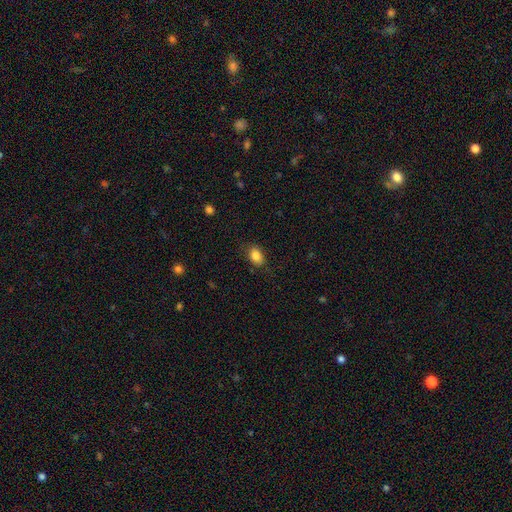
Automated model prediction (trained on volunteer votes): Smooth or featured?
  - smooth: 86% *
  - star or artifact: 9%
  - featured or disk: 5%
How rounded?
  - in between: 75% *
  - round: 24%
  - cigar-shaped: 1%
Merging?
  - none: 78% *
  - minor disturbance: 16%
  - major disturbance: 4%
  - merger: 1%